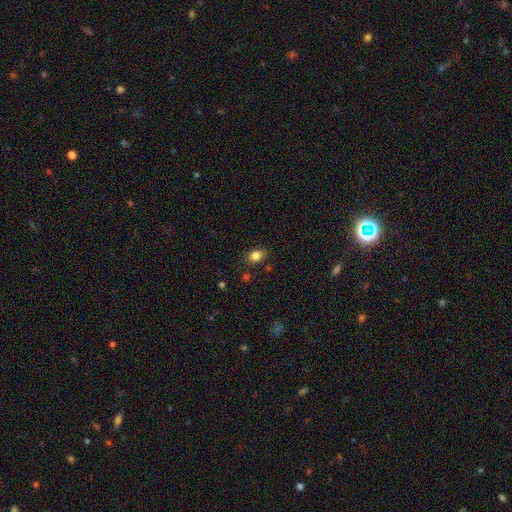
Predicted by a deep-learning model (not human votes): Q: Smooth or featured?
A: smooth (83%); runner-up: star or artifact (10%)
Q: How rounded?
A: in between (68%); runner-up: round (31%)
Q: Merging?
A: none (80%); runner-up: minor disturbance (14%)